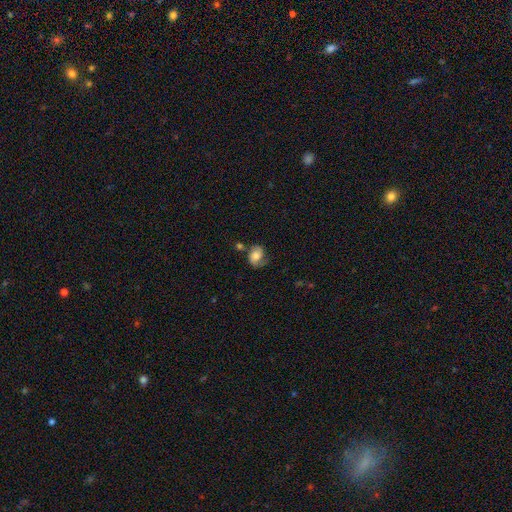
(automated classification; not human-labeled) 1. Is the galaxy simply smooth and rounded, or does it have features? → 48% smooth, 43% featured or disk, 9% star or artifact.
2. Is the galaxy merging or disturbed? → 46% none, 27% minor disturbance, 16% major disturbance, 10% merger.